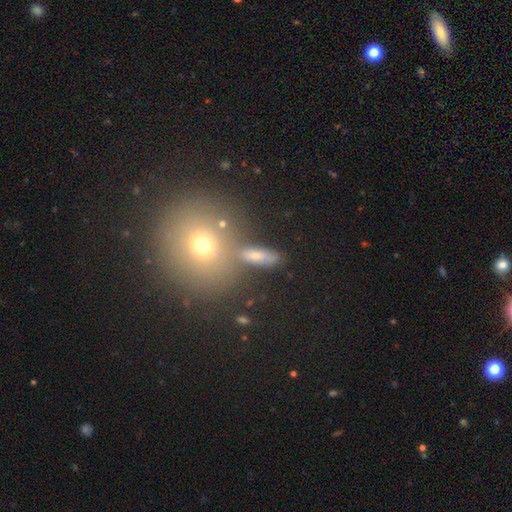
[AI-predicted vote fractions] Q: Smooth or featured?
A: smooth (65%); runner-up: featured or disk (18%)
Q: How rounded?
A: in between (55%); runner-up: cigar-shaped (26%)
Q: Merging?
A: none (67%); runner-up: minor disturbance (13%)